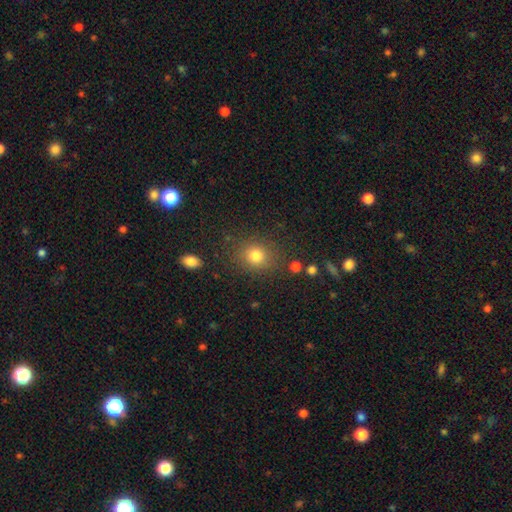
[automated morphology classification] Smooth or featured? smooth (80%)
How rounded? round (73%)
Merging? none (82%)